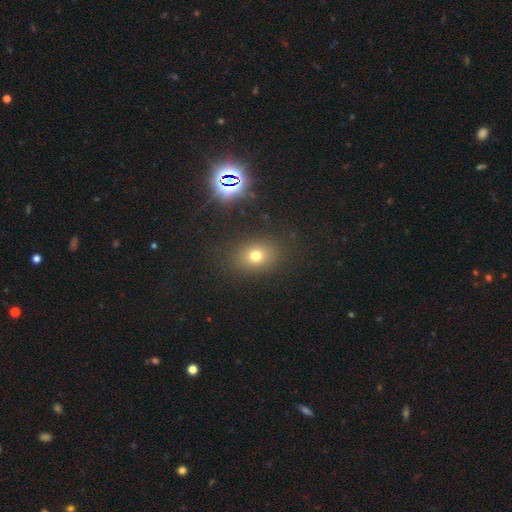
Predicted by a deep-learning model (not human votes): Smooth or featured? smooth (71%)
How rounded? in between (53%)
Merging? none (84%)